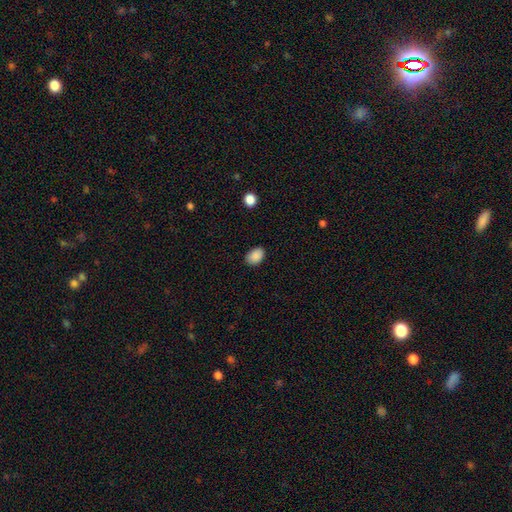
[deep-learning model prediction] smooth 89%, star or artifact 8%, featured or disk 3%. Down the decision tree: how rounded — in between (80%); merging — none (85%).